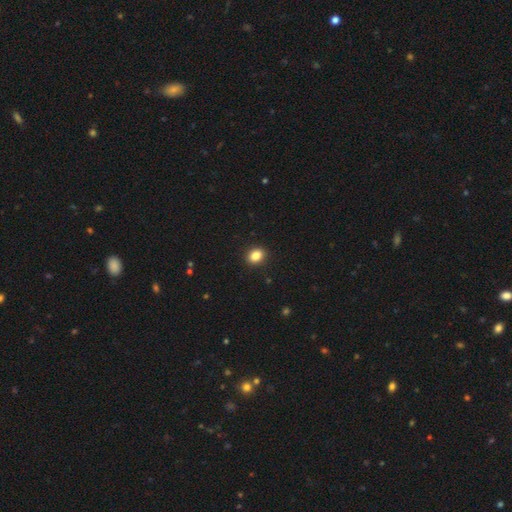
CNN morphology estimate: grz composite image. It shows a smooth galaxy with no disk features (86%) that is in between round and cigar-shaped (56%). Merging: none (91%).